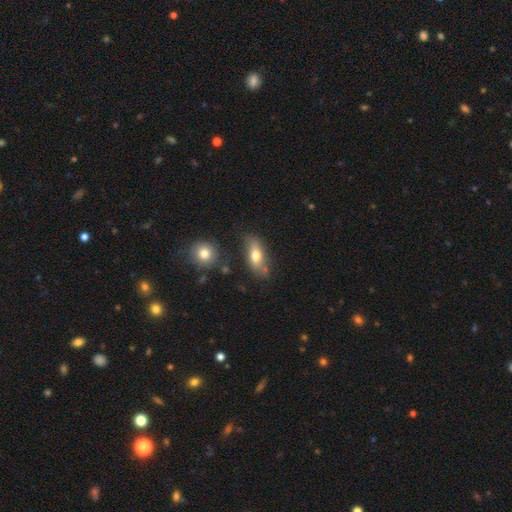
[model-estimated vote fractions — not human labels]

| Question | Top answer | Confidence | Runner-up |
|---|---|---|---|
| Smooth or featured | smooth | 67% | featured or disk (25%) |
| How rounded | in between | 75% | cigar-shaped (20%) |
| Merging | none | 67% | minor disturbance (20%) |